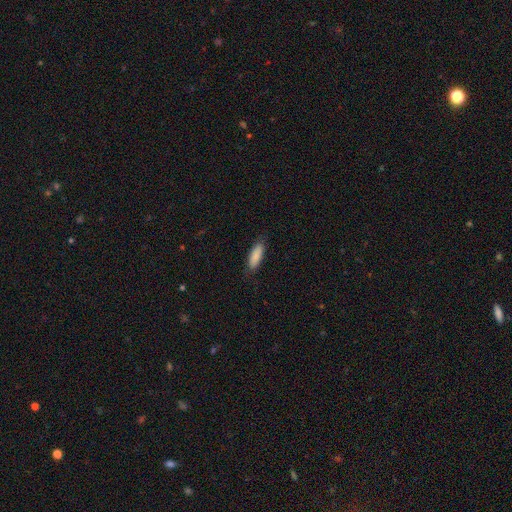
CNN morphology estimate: smooth-or-featured: smooth: 88% | featured or disk: 6% | star or artifact: 6%
  how-rounded: in between: 61% | cigar-shaped: 37% | round: 2%
  merging: none: 81% | minor disturbance: 15% | major disturbance: 3% | merger: 1%